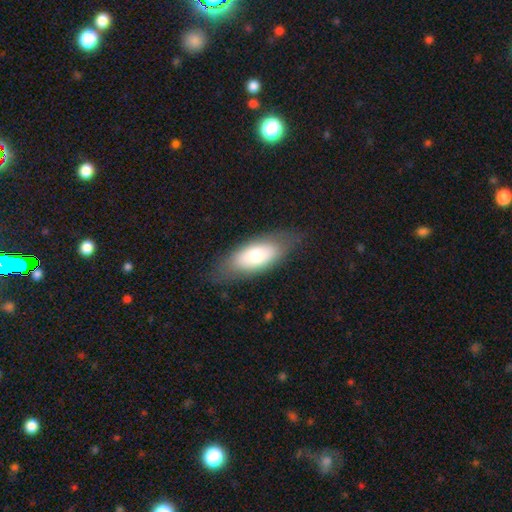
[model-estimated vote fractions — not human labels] A smooth galaxy with no disk features (70%) that is in between round and cigar-shaped (84%).

Vote fractions:
- Smooth or featured? smooth: 70% / featured or disk: 23% / star or artifact: 6%
- How rounded? in between: 84% / cigar-shaped: 13% / round: 3%
- Merging? none: 74% / minor disturbance: 18% / major disturbance: 7% / merger: 1%